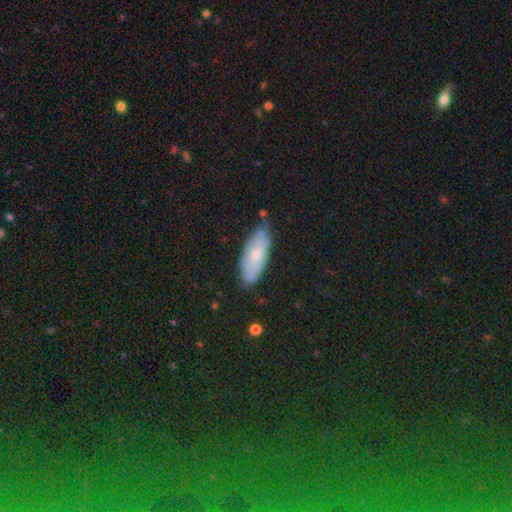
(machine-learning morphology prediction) Smooth or featured? Predicted: smooth (p=0.67). How rounded? Predicted: in between (p=0.76). Merging? Predicted: none (p=0.66).